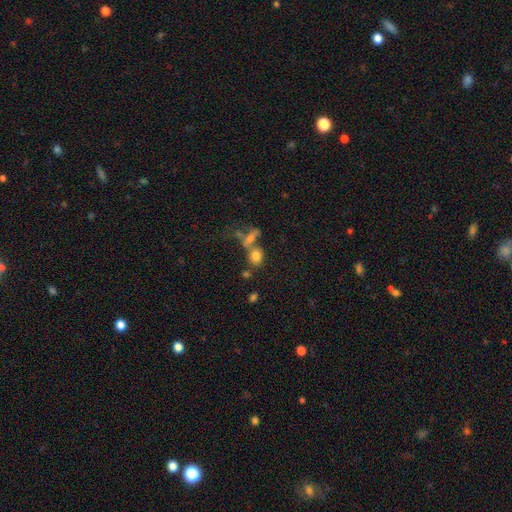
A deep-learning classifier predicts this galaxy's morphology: Smooth or featured? Predicted: smooth (p=0.76). How rounded? Predicted: round (p=0.59). Merging? Predicted: none (p=0.46).